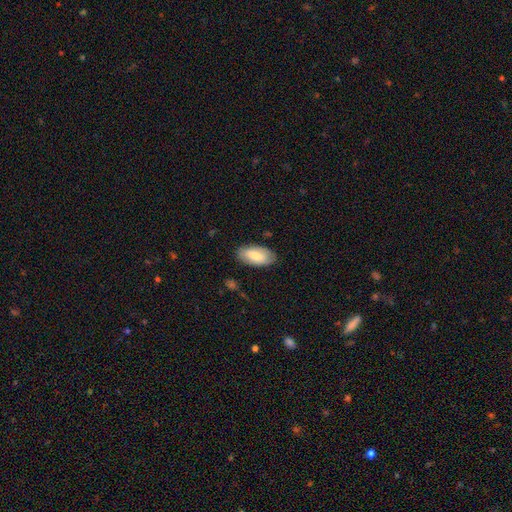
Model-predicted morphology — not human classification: smooth_or_featured: smooth (p=0.74) [alt: featured or disk p=0.20]
how_rounded: in between (p=0.93) [alt: cigar-shaped p=0.04]
merging: none (p=0.83) [alt: minor disturbance p=0.13]